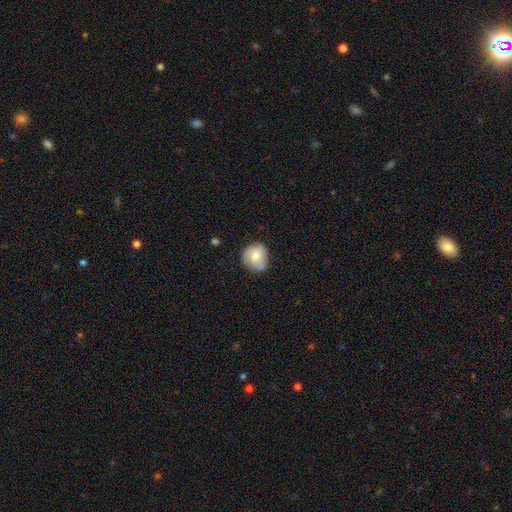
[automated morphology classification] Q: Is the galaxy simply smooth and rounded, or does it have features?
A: smooth — 75%.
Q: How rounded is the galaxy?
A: round — 80%.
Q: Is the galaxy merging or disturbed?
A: none — 65%.